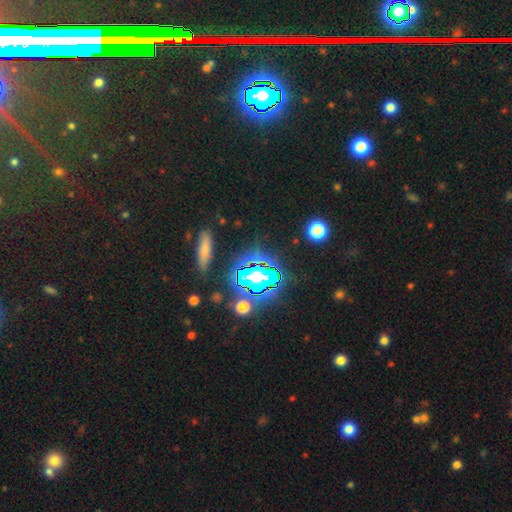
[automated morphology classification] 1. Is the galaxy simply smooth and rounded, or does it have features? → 68% star or artifact, 21% smooth, 12% featured or disk.